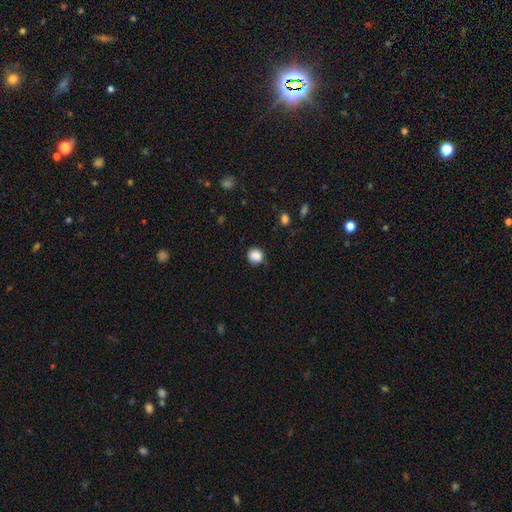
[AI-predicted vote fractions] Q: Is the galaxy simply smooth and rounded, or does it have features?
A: smooth — 87%.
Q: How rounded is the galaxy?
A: round — 86%.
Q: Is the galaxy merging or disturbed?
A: none — 80%.